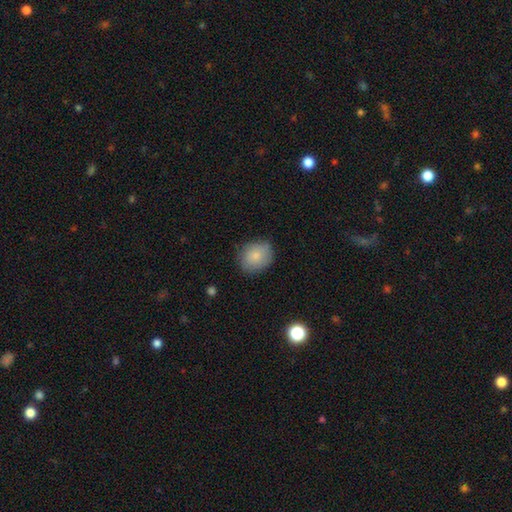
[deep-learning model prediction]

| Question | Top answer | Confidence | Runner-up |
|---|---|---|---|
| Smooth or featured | smooth | 82% | featured or disk (10%) |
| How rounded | round | 61% | in between (38%) |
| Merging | none | 79% | minor disturbance (17%) |